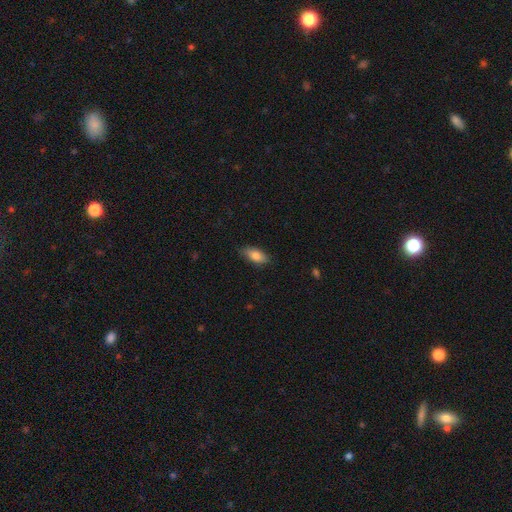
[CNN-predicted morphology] smooth-or-featured: smooth: 81% | featured or disk: 12% | star or artifact: 7%
  how-rounded: in between: 85% | cigar-shaped: 13% | round: 3%
  merging: none: 82% | minor disturbance: 14% | major disturbance: 2% | merger: 1%